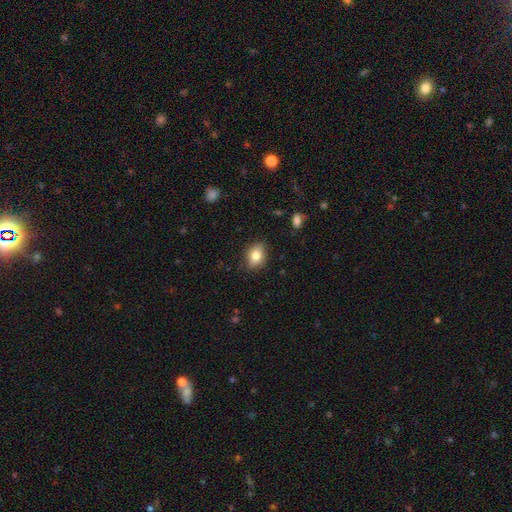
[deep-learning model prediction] Overall: smooth (82%). How rounded: in between (75%). Merging: none (83%).